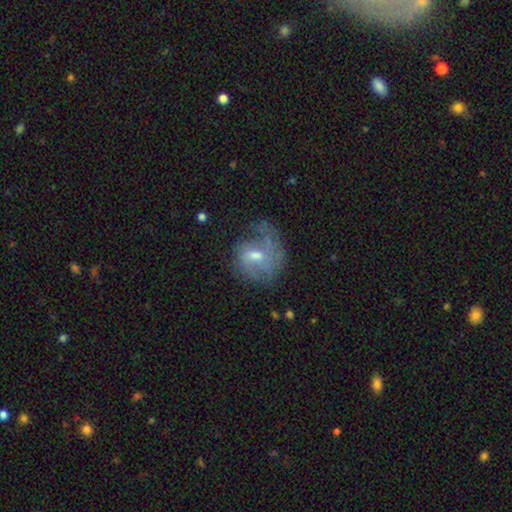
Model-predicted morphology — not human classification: smooth_or_featured: featured or disk (p=0.66) [alt: smooth p=0.25]
disk_edge_on: no (p=0.97) [alt: yes p=0.03]
bar: weak (p=0.50) [alt: no p=0.41]
has_spiral_arms: yes (p=0.80) [alt: no p=0.20]
spiral_winding: medium (p=0.39) [alt: tight p=0.31]
spiral_arm_count: 1 (p=0.33) [alt: 2 p=0.32]
bulge_size: moderate (p=0.59) [alt: small p=0.33]
merging: none (p=0.49) [alt: minor disturbance p=0.25]